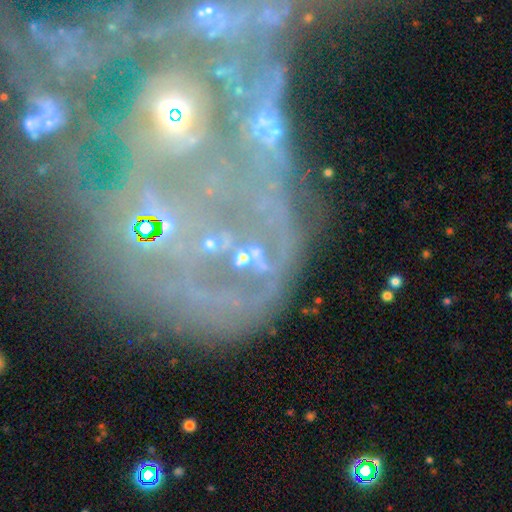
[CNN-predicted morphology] smooth_or_featured: featured or disk (p=0.53) [alt: star or artifact p=0.29]
disk_edge_on: no (p=0.94) [alt: yes p=0.06]
bar: no (p=0.67) [alt: weak p=0.17]
has_spiral_arms: no (p=0.61) [alt: yes p=0.39]
bulge_size: none (p=0.39) [alt: small p=0.30]
merging: none (p=0.36) [alt: merger p=0.30]